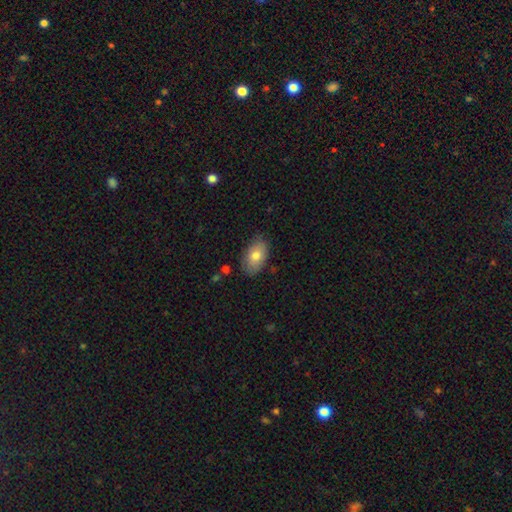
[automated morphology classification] A smooth galaxy with no disk features (77%) that is in between round and cigar-shaped (92%). Merging: none (80%).